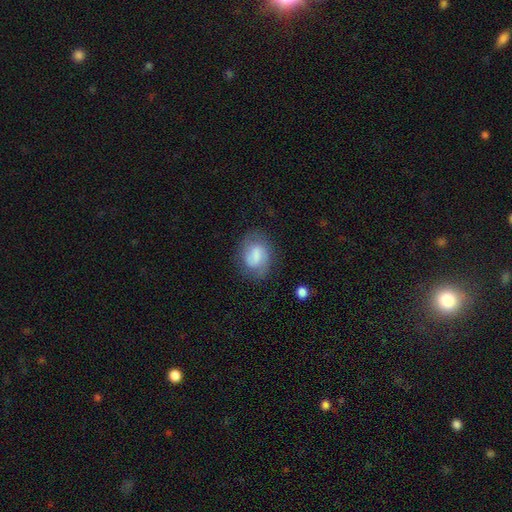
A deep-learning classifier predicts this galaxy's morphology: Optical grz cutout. It shows a smooth galaxy with no disk features (60%) that is in between round and cigar-shaped (68%). Merging: none (67%).